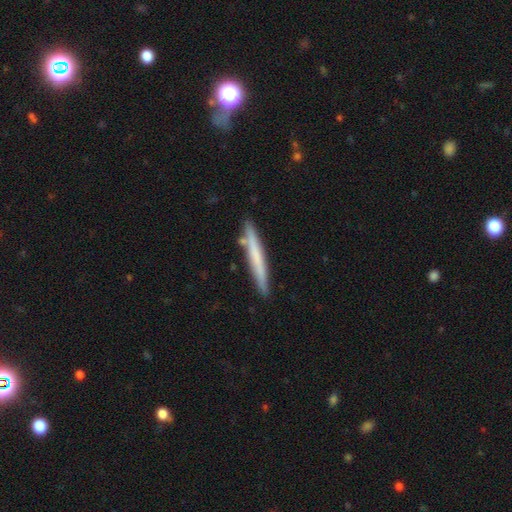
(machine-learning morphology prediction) This appears to be a smooth galaxy with no disk features (57%) that is cigar-shaped (96%). Merging: none (85%).